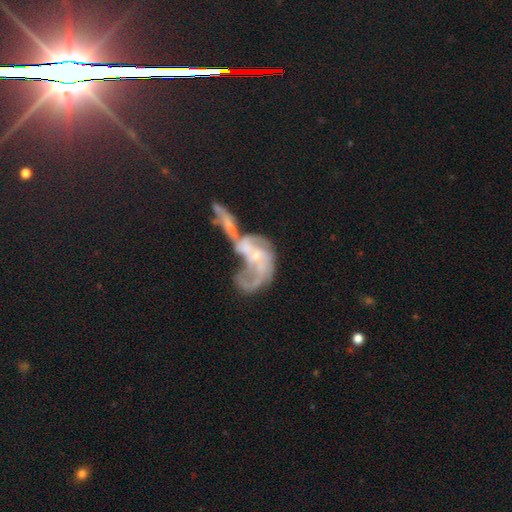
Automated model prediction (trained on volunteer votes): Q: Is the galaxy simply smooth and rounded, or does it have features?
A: featured or disk — 77%.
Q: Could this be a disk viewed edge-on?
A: no — 96%.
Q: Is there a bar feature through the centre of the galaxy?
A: no — 69%.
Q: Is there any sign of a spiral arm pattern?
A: yes — 78%.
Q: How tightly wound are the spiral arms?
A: loose — 47%.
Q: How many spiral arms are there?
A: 2 — 38%.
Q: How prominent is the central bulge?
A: small — 58%.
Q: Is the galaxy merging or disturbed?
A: merger — 71%.